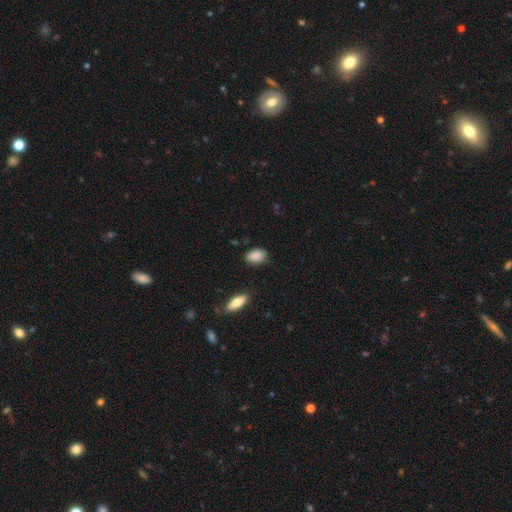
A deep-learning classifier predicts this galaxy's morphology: A smooth galaxy with no disk features (88%) that is in between round and cigar-shaped (88%). Merging: none (80%).